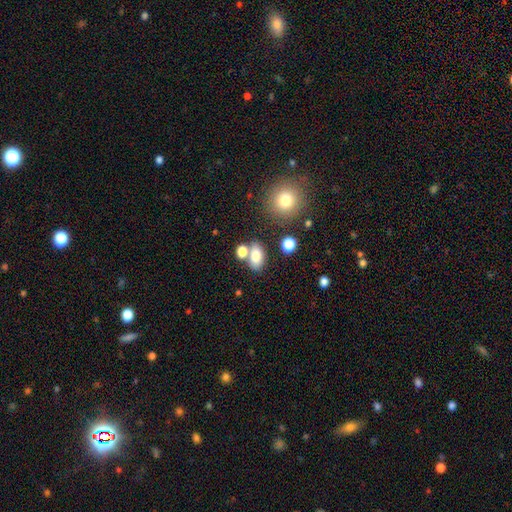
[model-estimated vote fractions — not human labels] smooth 79%, star or artifact 10%, featured or disk 10%. Down the decision tree: how rounded — in between (83%); merging — none (62%).